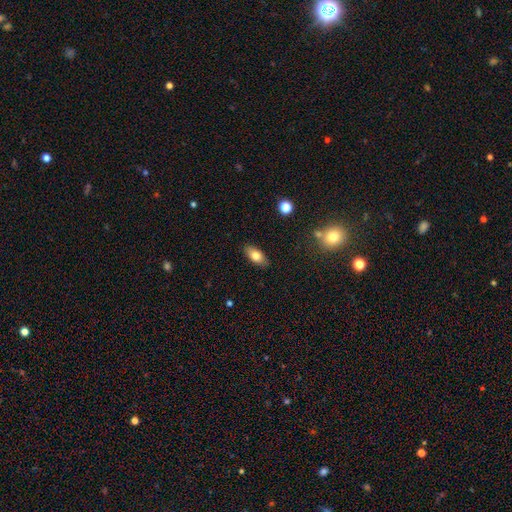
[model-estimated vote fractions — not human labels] Smooth or featured? Predicted: smooth (p=0.78). How rounded? Predicted: in between (p=0.87). Merging? Predicted: none (p=0.87).